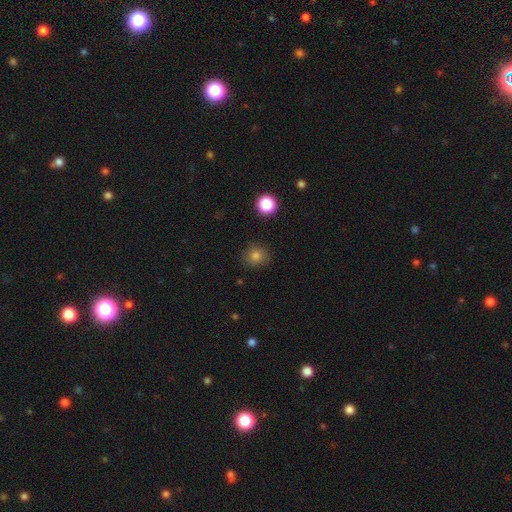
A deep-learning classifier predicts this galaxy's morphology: Smooth or featured: smooth — 80% (star or artifact — 14%)
How rounded: round — 89% (in between — 10%)
Merging: none — 86% (minor disturbance — 10%)